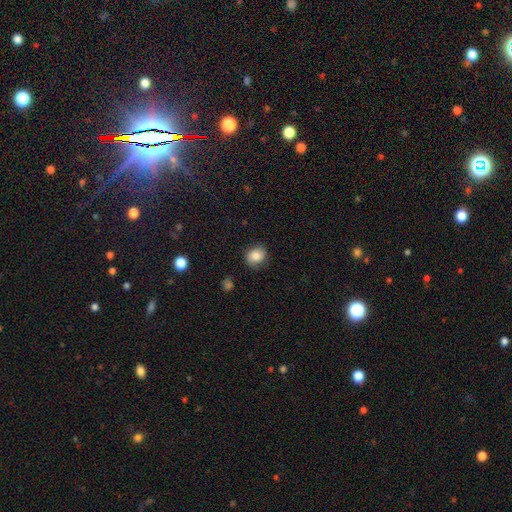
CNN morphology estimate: smooth_or_featured: smooth (p=0.78) [alt: featured or disk p=0.13]
how_rounded: round (p=0.62) [alt: in between p=0.37]
merging: none (p=0.79) [alt: minor disturbance p=0.16]